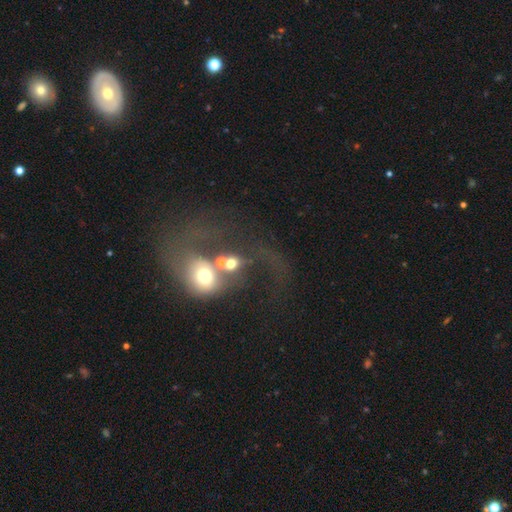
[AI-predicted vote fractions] smooth-or-featured: featured or disk: 56% | smooth: 29% | star or artifact: 15%
  disk-edge-on: no: 96% | yes: 4%
    bar: no: 71% | weak: 22% | strong: 7%
    has-spiral-arms: yes: 60% | no: 40%
    bulge-size: moderate: 52% | small: 23% | large: 14% | none: 6% | dominant: 5%
  merging: merger: 58% | major disturbance: 23% | none: 12% | minor disturbance: 7%